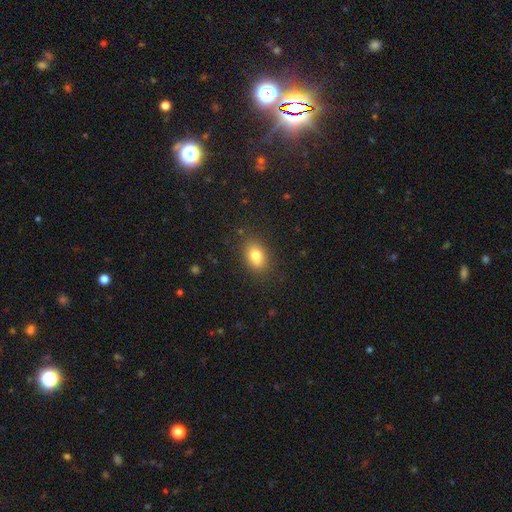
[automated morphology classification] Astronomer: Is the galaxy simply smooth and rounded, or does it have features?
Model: smooth — 78%.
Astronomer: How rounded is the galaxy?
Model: in between — 77%.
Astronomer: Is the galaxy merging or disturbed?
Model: none — 80%.